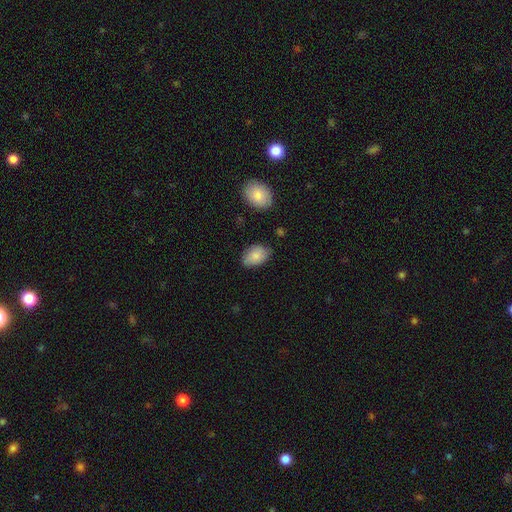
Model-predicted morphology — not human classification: This appears to be a smooth galaxy with no disk features (83%) that is in between round and cigar-shaped (89%). Merging: none (71%).